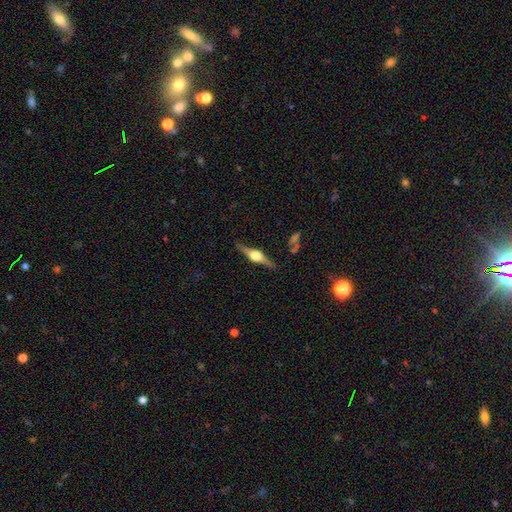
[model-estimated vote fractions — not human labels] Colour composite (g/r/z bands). It shows a featured or disk galaxy (85%) viewed edge-on (98%) with a rounded central bulge (94%). Merging: none (88%).